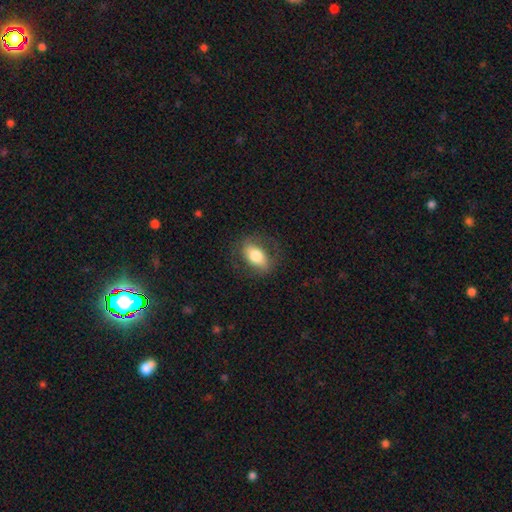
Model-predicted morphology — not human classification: A smooth galaxy with no disk features (68%) that is in between round and cigar-shaped (86%). Merging: none (78%).